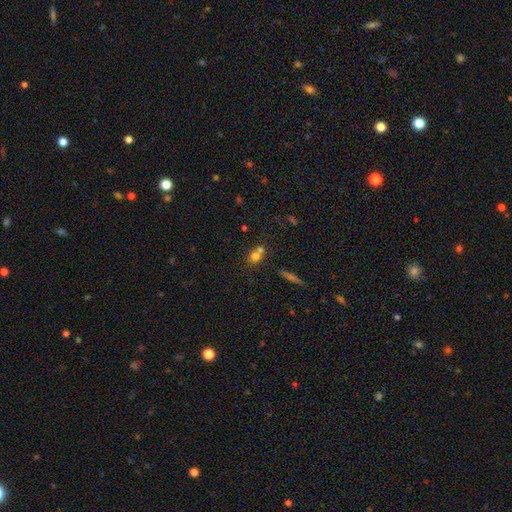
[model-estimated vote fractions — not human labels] Smooth or featured: smooth — 70% (featured or disk — 15%)
How rounded: round — 76% (in between — 21%)
Merging: merger — 49% (none — 40%)